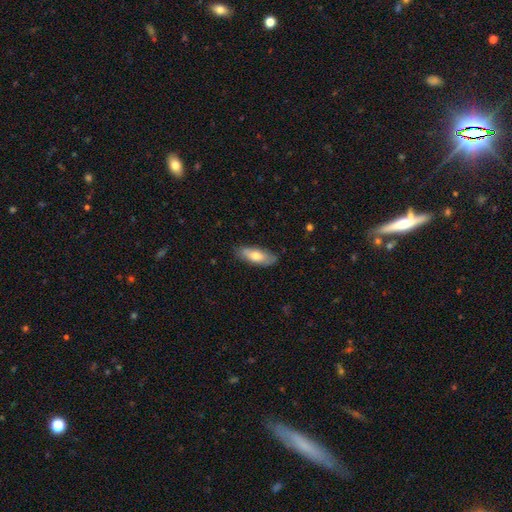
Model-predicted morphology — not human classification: A smooth galaxy with no disk features (67%) that is in between round and cigar-shaped (69%). Merging: none (82%).